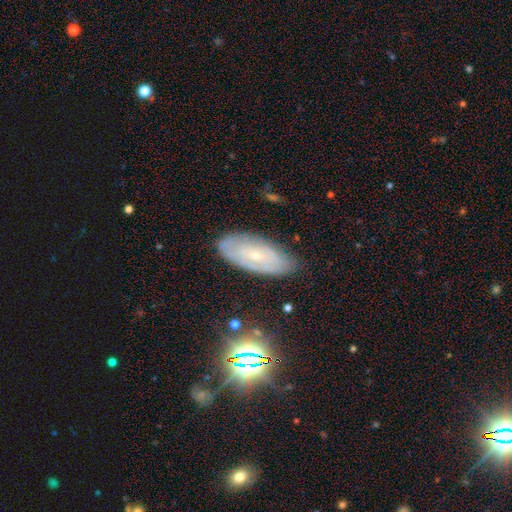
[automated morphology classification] A featured or disk galaxy (58%) with no bar (69%), spiral arms (67%) and a small central bulge (79%).

Vote fractions:
- Smooth or featured? featured or disk: 58% / smooth: 30% / star or artifact: 12%
- Edge-on disk? no: 88% / yes: 12%
- Bar? no: 69% / weak: 24% / strong: 7%
- Spiral arms? yes: 67% / no: 33%
- Bulge size? small: 79% / moderate: 17% / none: 2% / large: 1% / dominant: 1%
- Merging? none: 78% / minor disturbance: 17% / major disturbance: 4% / merger: 1%